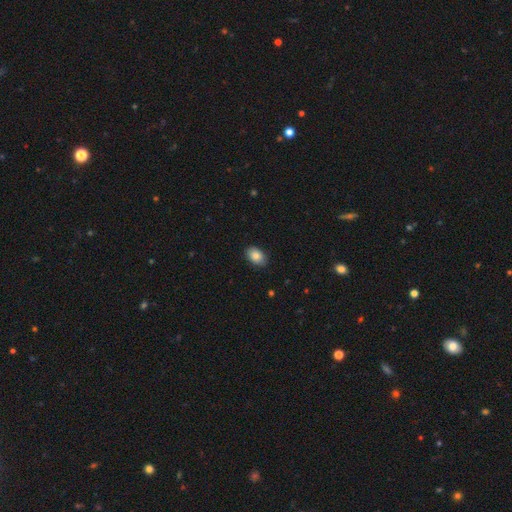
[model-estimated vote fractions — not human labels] Morphology: type=smooth (85%); roundness=in between (85%); merging=none (88%).